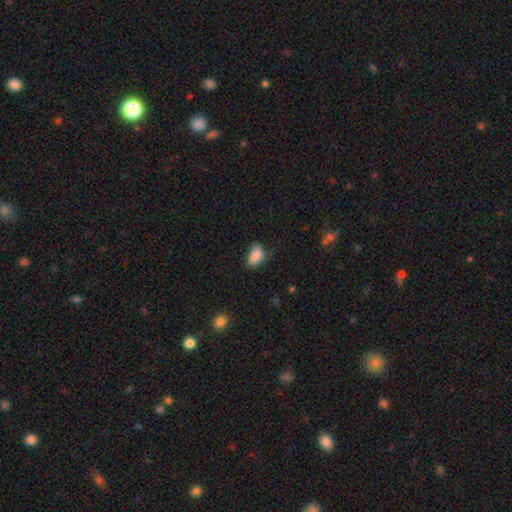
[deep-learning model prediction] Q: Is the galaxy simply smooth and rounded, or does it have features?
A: smooth — 86%.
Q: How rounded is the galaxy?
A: in between — 91%.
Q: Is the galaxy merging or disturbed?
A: none — 56%.